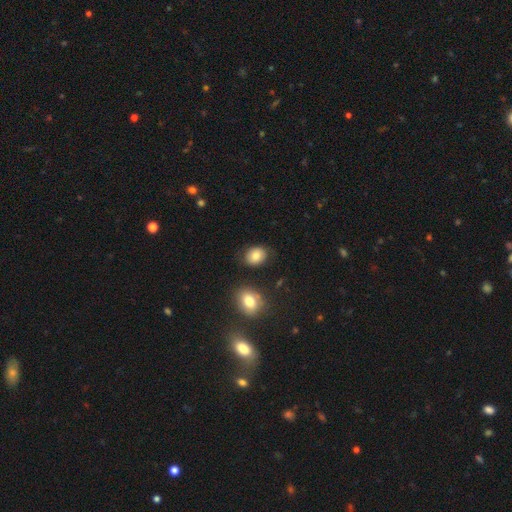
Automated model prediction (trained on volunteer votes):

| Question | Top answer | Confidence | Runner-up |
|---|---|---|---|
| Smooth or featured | smooth | 83% | star or artifact (9%) |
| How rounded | in between | 54% | round (45%) |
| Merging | none | 80% | minor disturbance (13%) |